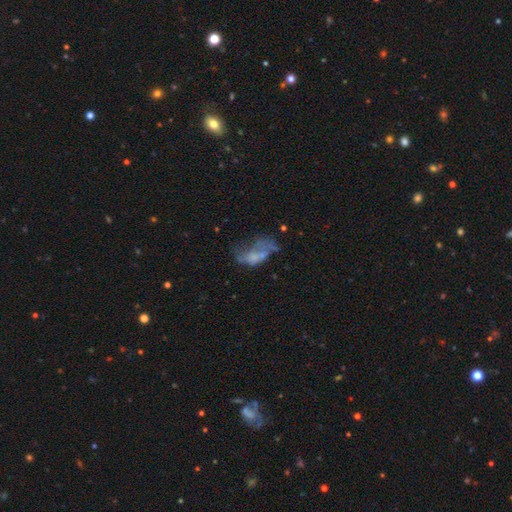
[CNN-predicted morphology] The model was most divided on "smooth or featured": featured or disk: 45%, smooth: 39%, star or artifact: 15%. Remaining: merging — major disturbance (37%).